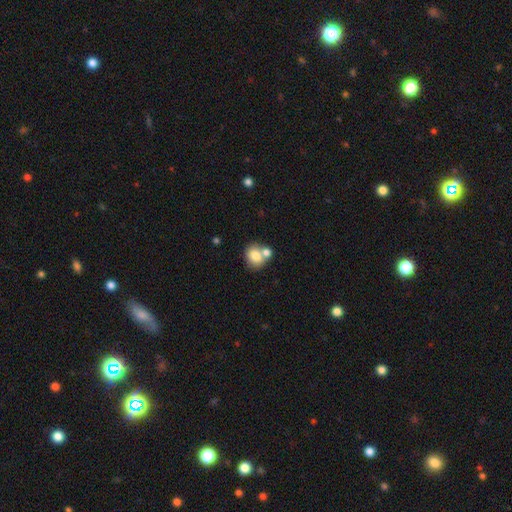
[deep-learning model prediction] Overall: smooth (78%). How rounded: round (70%). Merging: none (47%; merger 40%).